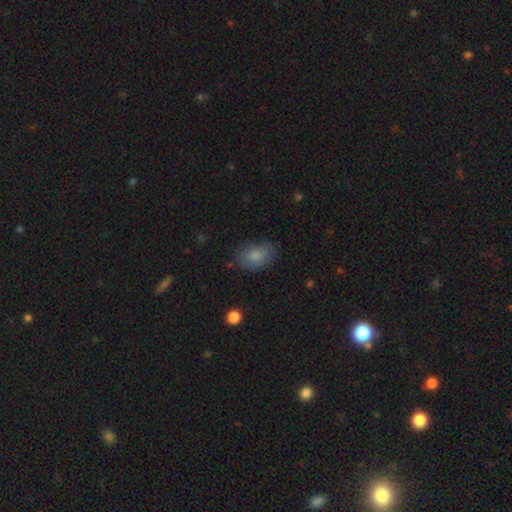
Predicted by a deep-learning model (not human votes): Smooth or featured? smooth (83%)
How rounded? in between (83%)
Merging? none (73%)